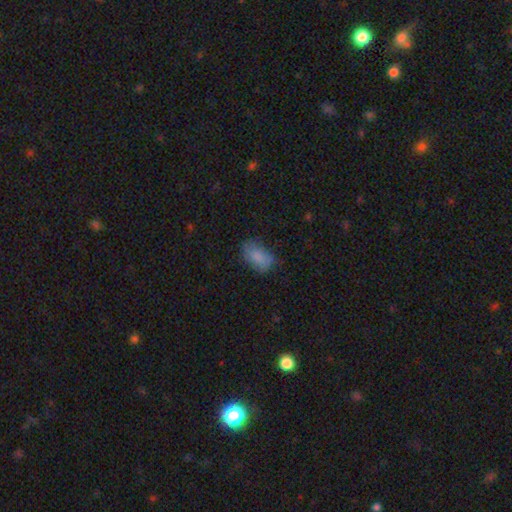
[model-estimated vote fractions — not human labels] The model was most divided on "merging": none: 68%, minor disturbance: 24%, major disturbance: 7%, merger: 2%. More confident: how rounded — in between (90%); smooth or featured — smooth (82%).